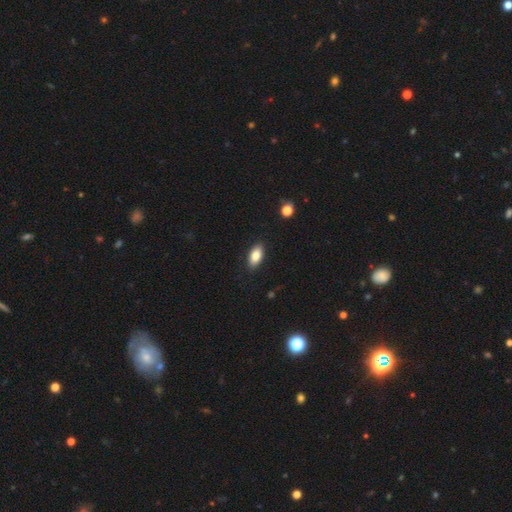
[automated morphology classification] Overall: smooth (82%). How rounded: in between (90%). Merging: none (88%).